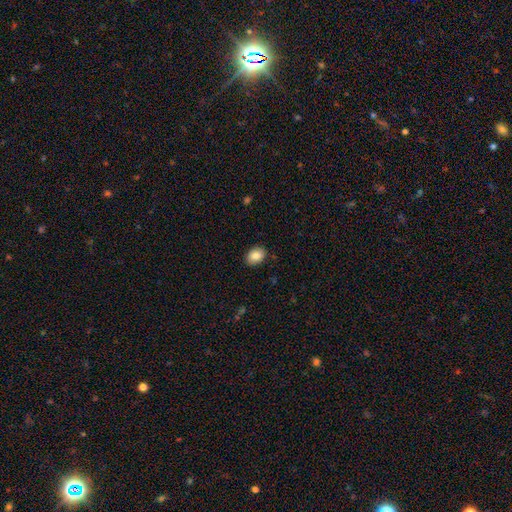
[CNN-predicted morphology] Q: Smooth or featured?
A: smooth (86%); runner-up: star or artifact (8%)
Q: How rounded?
A: in between (72%); runner-up: round (27%)
Q: Merging?
A: none (88%); runner-up: minor disturbance (9%)